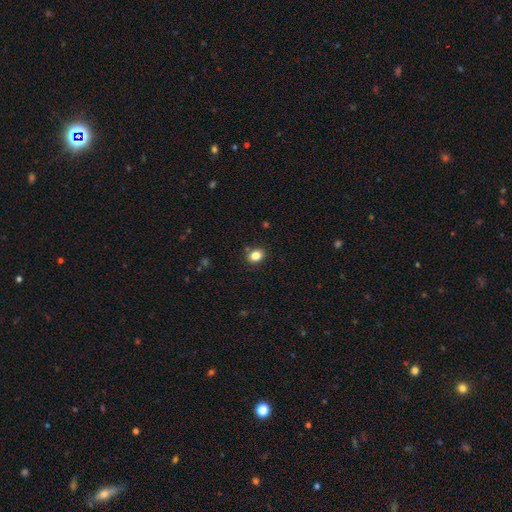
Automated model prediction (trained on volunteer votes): Q: Smooth or featured?
A: smooth (83%); runner-up: star or artifact (11%)
Q: How rounded?
A: in between (50%); runner-up: round (49%)
Q: Merging?
A: none (86%); runner-up: minor disturbance (9%)